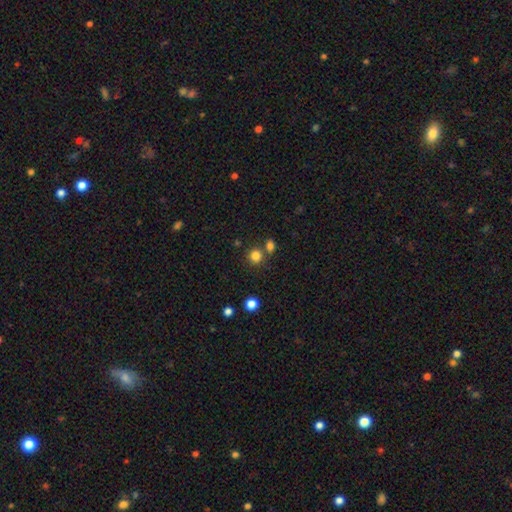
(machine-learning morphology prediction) Q: Smooth or featured?
A: smooth (81%); runner-up: star or artifact (14%)
Q: How rounded?
A: round (89%); runner-up: in between (10%)
Q: Merging?
A: none (71%); runner-up: merger (19%)